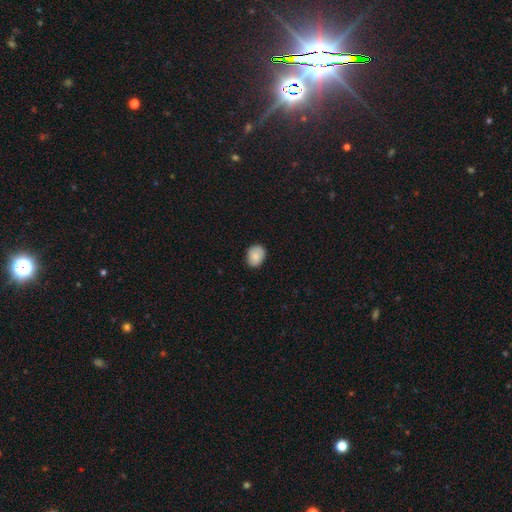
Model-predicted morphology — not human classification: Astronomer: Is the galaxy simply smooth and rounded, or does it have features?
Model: smooth — 83%.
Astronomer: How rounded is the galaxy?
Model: in between — 58% (runner-up: round, 41%).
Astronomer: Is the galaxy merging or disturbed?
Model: none — 84%.